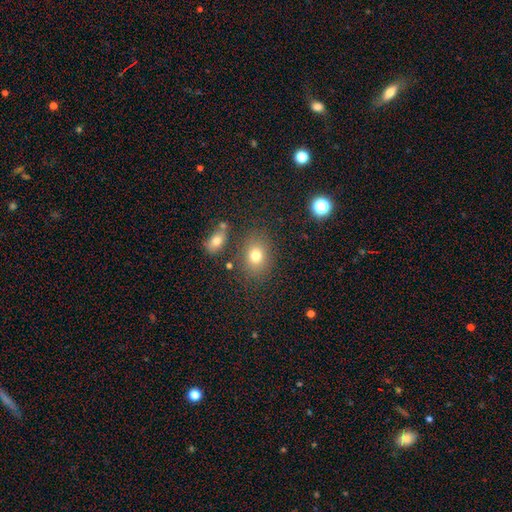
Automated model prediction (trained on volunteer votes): smooth-or-featured: smooth: 75% | star or artifact: 14% | featured or disk: 11%
  how-rounded: in between: 59% | round: 39% | cigar-shaped: 1%
  merging: none: 77% | minor disturbance: 12% | merger: 6% | major disturbance: 5%